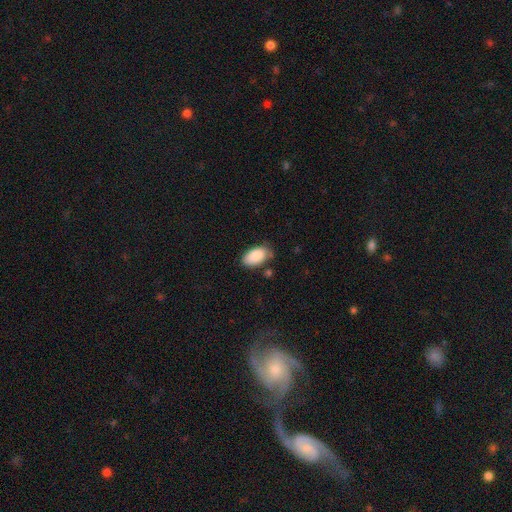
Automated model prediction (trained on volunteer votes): Overall: smooth (88%). How rounded: in between (95%). Merging: none (68%).